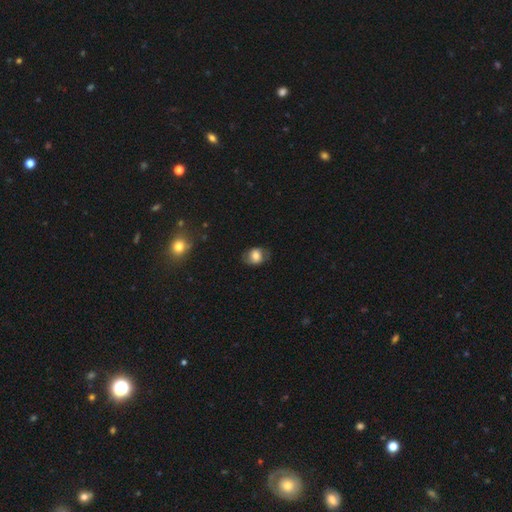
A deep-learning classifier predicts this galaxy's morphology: smooth 64%, featured or disk 27%, star or artifact 9%. Down the decision tree: how rounded — in between (51%); merging — none (70%).